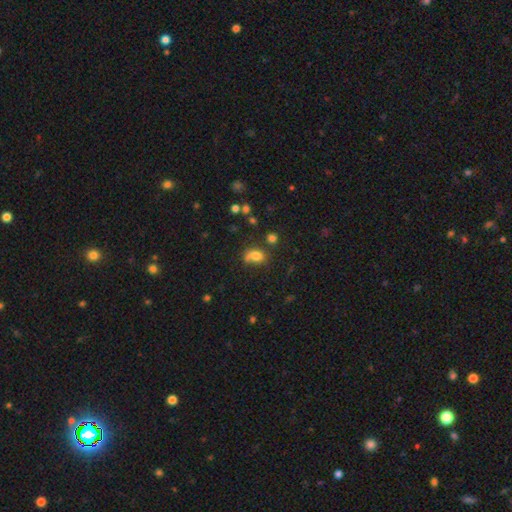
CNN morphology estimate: The model was most divided on "how rounded": in between: 56%, round: 43%, cigar-shaped: 2%. Remaining: smooth or featured — smooth (76%); merging — none (46%).